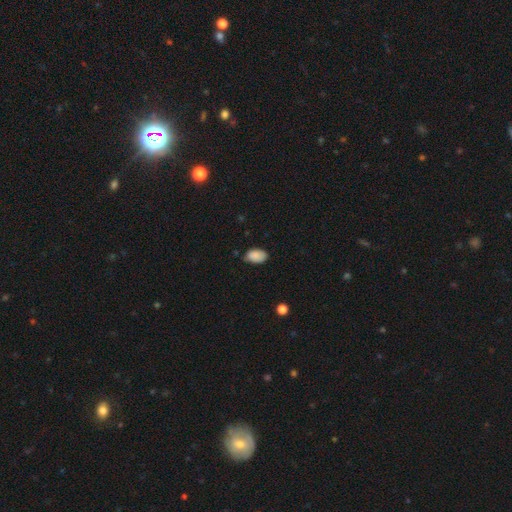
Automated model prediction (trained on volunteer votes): smooth 86%, star or artifact 8%, featured or disk 6%. Down the decision tree: how rounded — in between (91%); merging — none (68%).